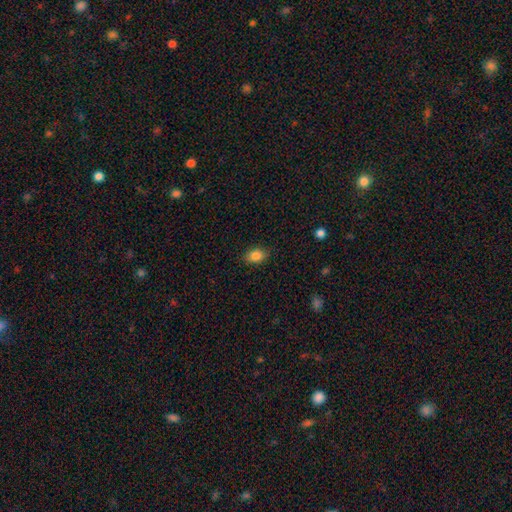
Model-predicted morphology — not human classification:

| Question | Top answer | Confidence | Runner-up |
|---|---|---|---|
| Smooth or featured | smooth | 86% | star or artifact (9%) |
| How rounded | in between | 82% | round (17%) |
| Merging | none | 86% | minor disturbance (11%) |